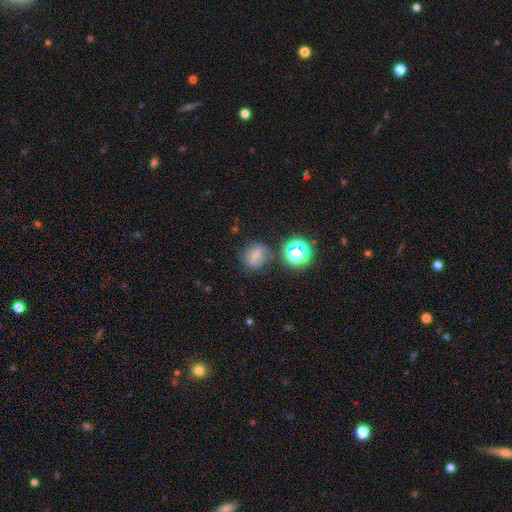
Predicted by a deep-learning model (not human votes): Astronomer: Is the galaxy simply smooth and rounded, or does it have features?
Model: smooth — 58%.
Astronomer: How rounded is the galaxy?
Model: round — 74%.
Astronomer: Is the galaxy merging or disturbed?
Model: none — 69%.